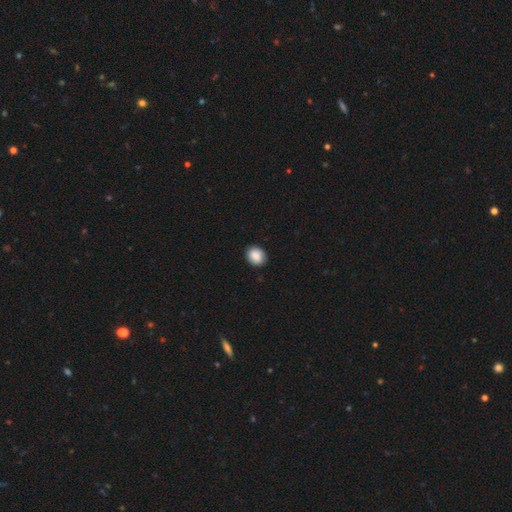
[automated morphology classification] The model was most divided on "how rounded": round: 63%, in between: 36%, cigar-shaped: 1%. More confident: smooth or featured — smooth (88%); merging — none (88%).